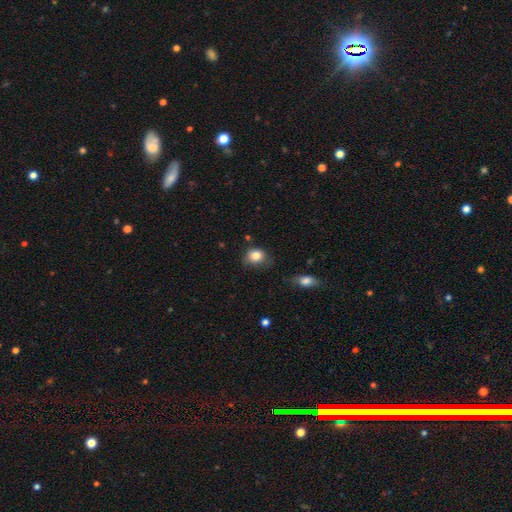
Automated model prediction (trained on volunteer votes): smooth-or-featured: smooth: 83% | star or artifact: 10% | featured or disk: 7%
  how-rounded: round: 64% | in between: 35% | cigar-shaped: 1%
  merging: none: 64% | minor disturbance: 27% | major disturbance: 6% | merger: 3%